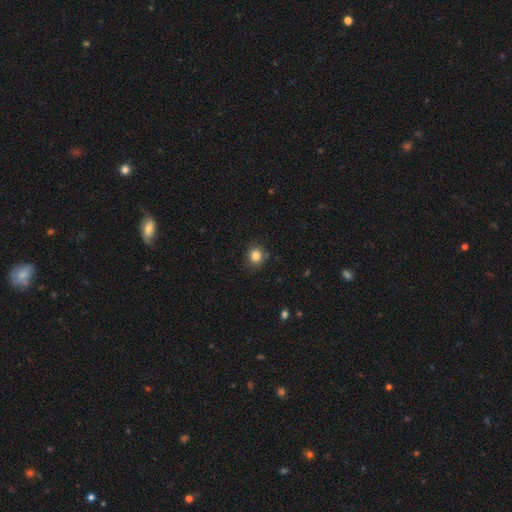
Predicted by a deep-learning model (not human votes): Morphology: type=smooth (85%); roundness=round (82%); merging=none (86%).